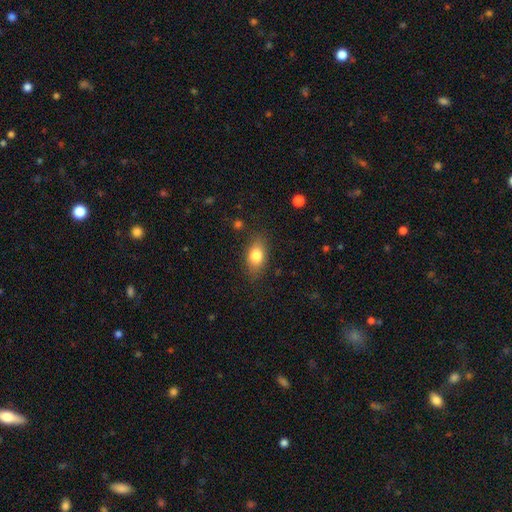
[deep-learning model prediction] Q: Smooth or featured?
A: smooth (80%); runner-up: featured or disk (12%)
Q: How rounded?
A: in between (82%); runner-up: round (13%)
Q: Merging?
A: none (82%); runner-up: minor disturbance (13%)